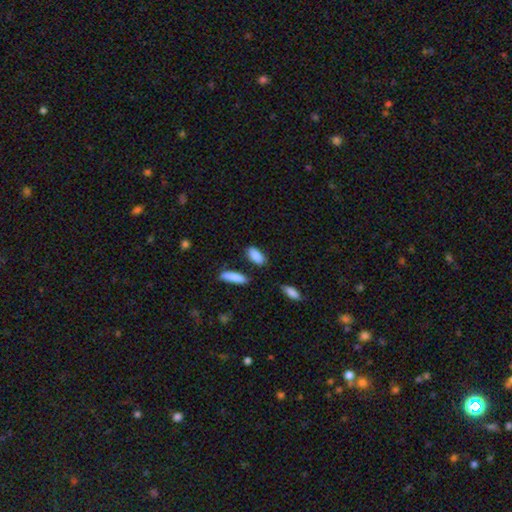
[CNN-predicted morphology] smooth-or-featured: smooth: 88% | star or artifact: 6% | featured or disk: 6%
  how-rounded: in between: 82% | cigar-shaped: 15% | round: 3%
  merging: none: 79% | minor disturbance: 13% | merger: 5% | major disturbance: 3%